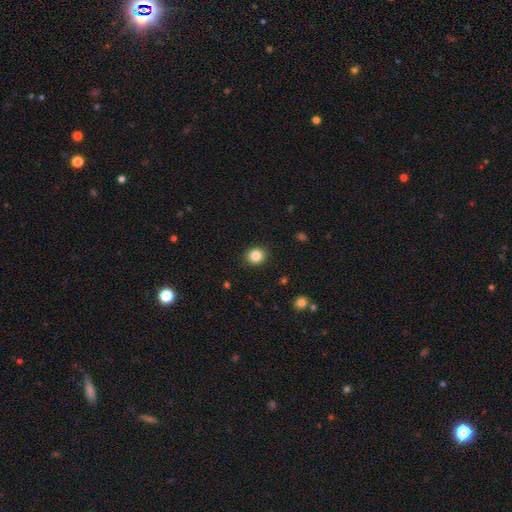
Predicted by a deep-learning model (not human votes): Q: Smooth or featured?
A: smooth (85%); runner-up: star or artifact (11%)
Q: How rounded?
A: round (83%); runner-up: in between (16%)
Q: Merging?
A: none (90%); runner-up: minor disturbance (7%)